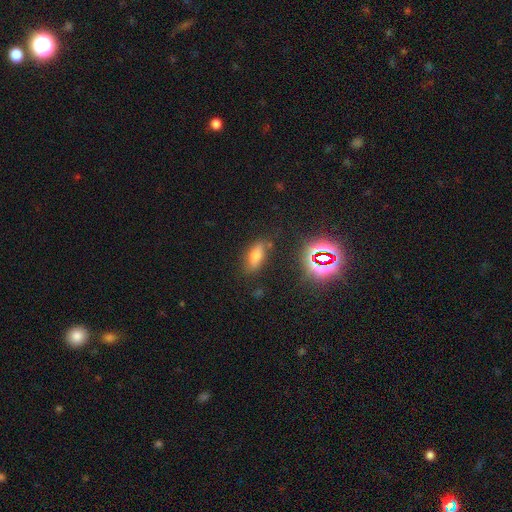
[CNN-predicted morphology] type=smooth (64%); roundness=in between (72%); merging=none (76%).